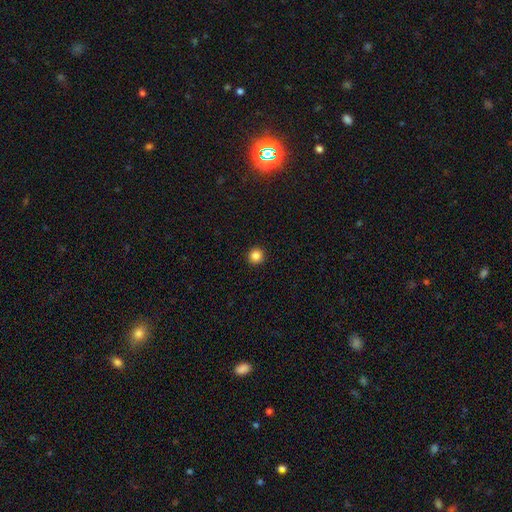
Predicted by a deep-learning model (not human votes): Morphology: type=smooth (86%); roundness=round (95%); merging=none (93%).